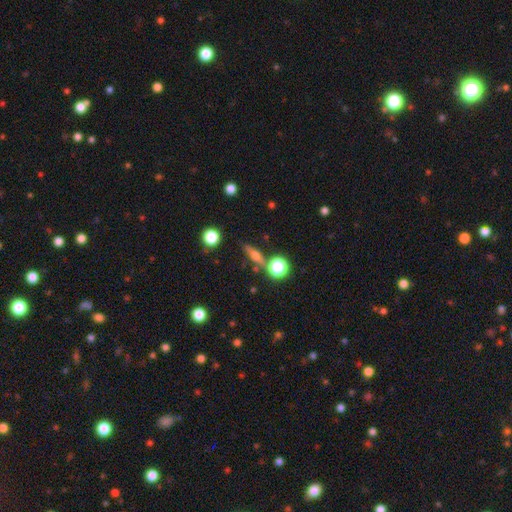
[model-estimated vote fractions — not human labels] Morphology: type=featured or disk (47%); merging=none (76%).